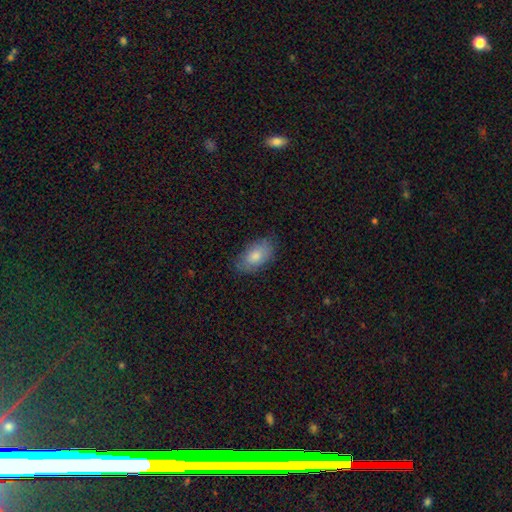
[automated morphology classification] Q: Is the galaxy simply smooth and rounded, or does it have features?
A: smooth — 79%.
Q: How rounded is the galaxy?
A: in between — 93%.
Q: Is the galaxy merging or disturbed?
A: none — 76%.